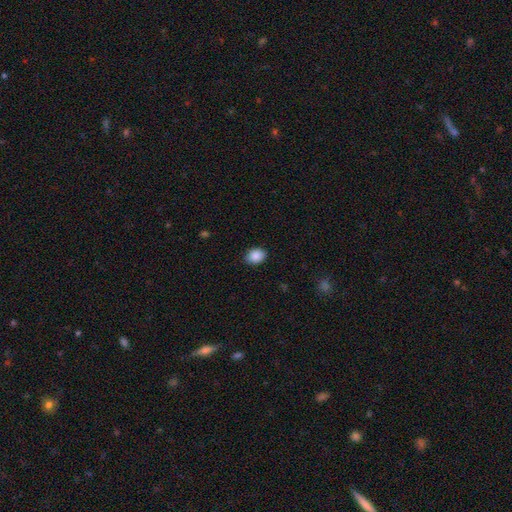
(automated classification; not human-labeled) Q: Smooth or featured?
A: smooth (89%); runner-up: star or artifact (8%)
Q: How rounded?
A: in between (66%); runner-up: round (33%)
Q: Merging?
A: none (86%); runner-up: minor disturbance (11%)